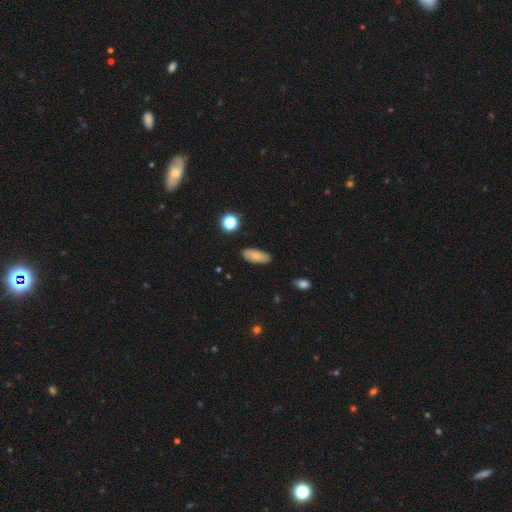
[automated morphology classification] Overall: smooth (82%). How rounded: in between (82%). Merging: none (86%).